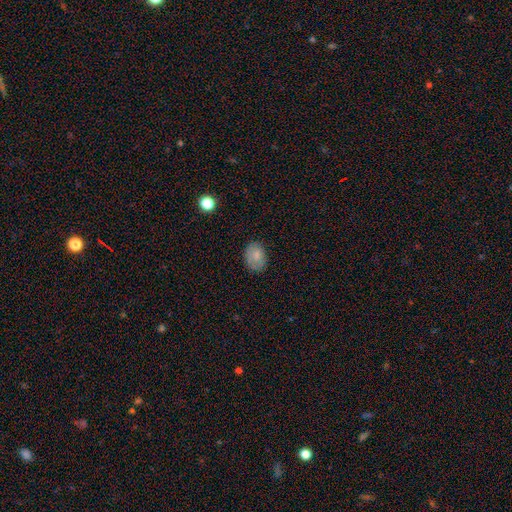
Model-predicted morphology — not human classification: A smooth galaxy with no disk features (82%) that is in between round and cigar-shaped (74%). Merging: none (79%).